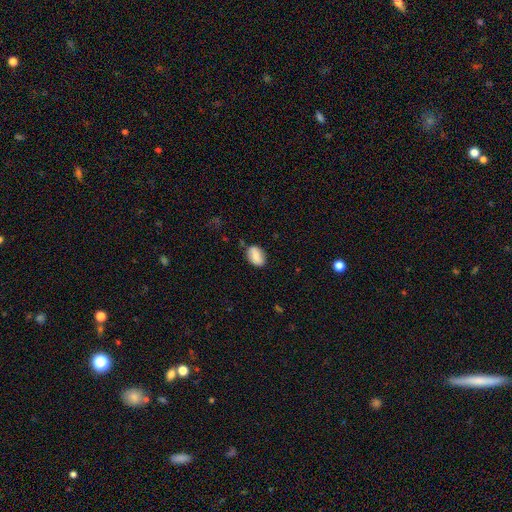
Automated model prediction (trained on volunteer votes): A smooth galaxy with no disk features (81%) that is in between round and cigar-shaped (87%). Merging: none (80%).